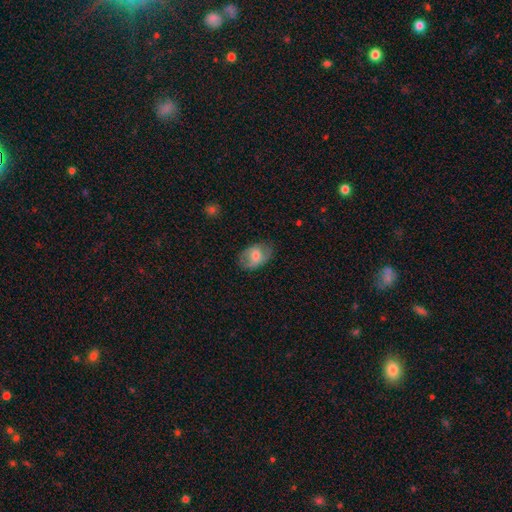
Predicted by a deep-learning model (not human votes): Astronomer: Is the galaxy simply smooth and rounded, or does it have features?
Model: smooth — 59%.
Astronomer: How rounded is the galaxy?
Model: in between — 84%.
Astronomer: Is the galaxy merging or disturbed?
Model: none — 74%.